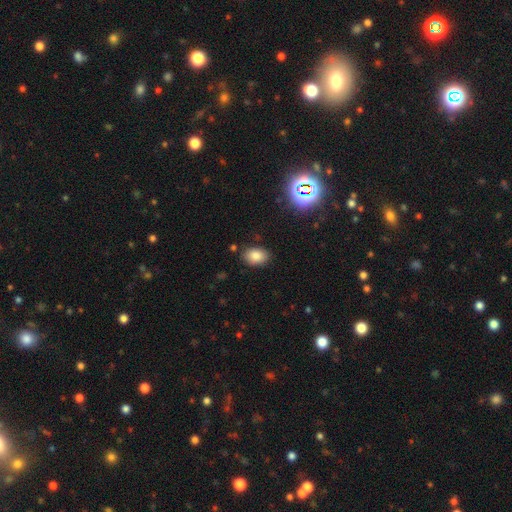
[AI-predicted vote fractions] Q: Smooth or featured?
A: smooth (83%); runner-up: star or artifact (10%)
Q: How rounded?
A: in between (82%); runner-up: round (17%)
Q: Merging?
A: none (84%); runner-up: minor disturbance (11%)